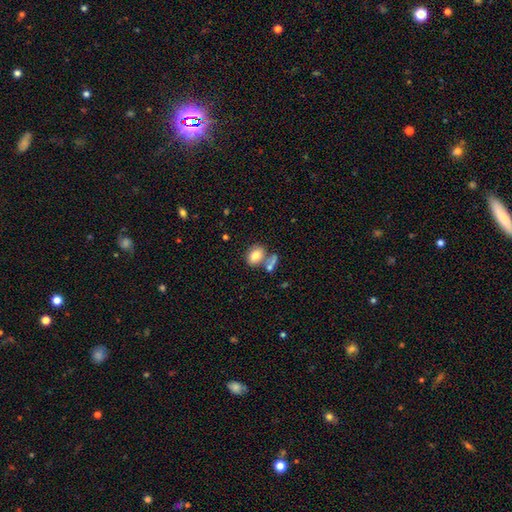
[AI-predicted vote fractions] Overall: smooth (79%). How rounded: in between (75%). Merging: none (54%; merger 27%).